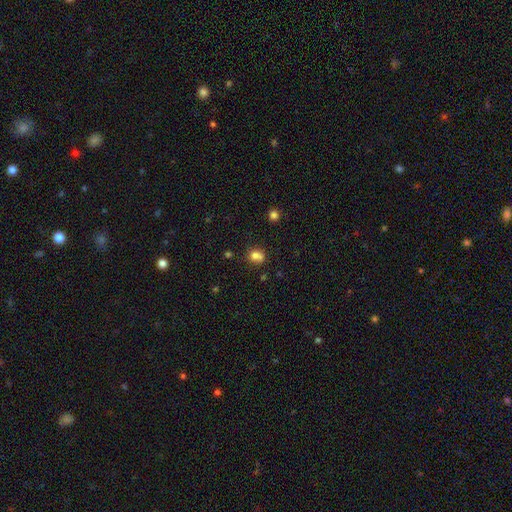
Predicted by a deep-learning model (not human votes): smooth_or_featured: smooth (p=0.76) [alt: star or artifact p=0.13]
how_rounded: round (p=0.71) [alt: in between p=0.28]
merging: none (p=0.49) [alt: merger p=0.28]